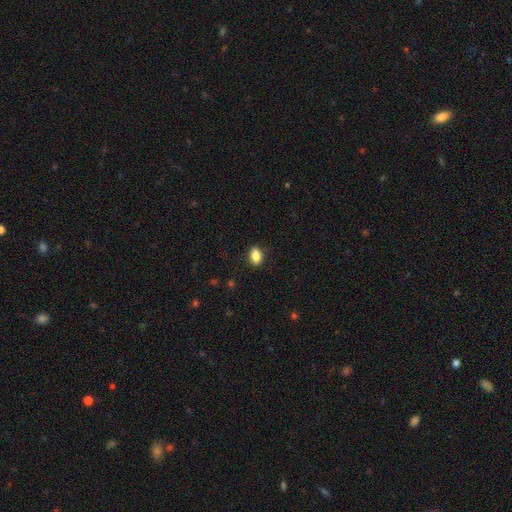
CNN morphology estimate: Smooth or featured?
  - smooth: 86% *
  - star or artifact: 8%
  - featured or disk: 6%
How rounded?
  - in between: 85% *
  - round: 12%
  - cigar-shaped: 3%
Merging?
  - none: 87% *
  - minor disturbance: 10%
  - major disturbance: 2%
  - merger: 1%